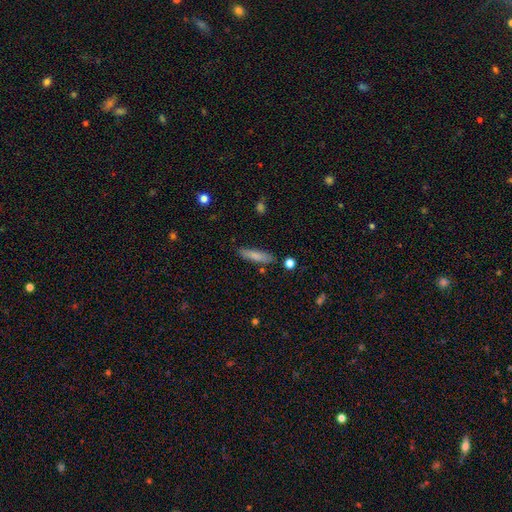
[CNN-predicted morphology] Overall: smooth (79%). How rounded: cigar-shaped (77%). Merging: none (83%).